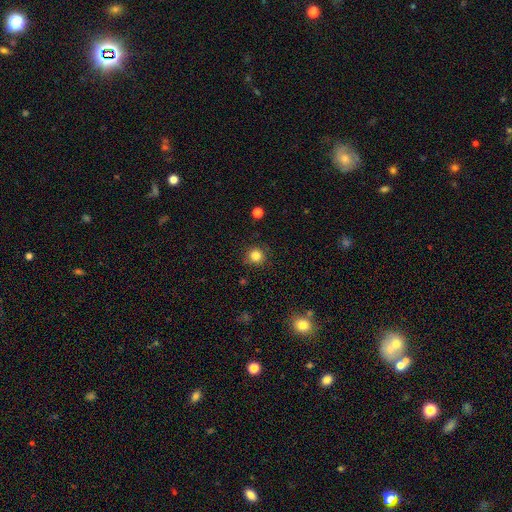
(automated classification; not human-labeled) Smooth or featured?
  - smooth: 83% *
  - star or artifact: 12%
  - featured or disk: 5%
How rounded?
  - round: 93% *
  - in between: 6%
  - cigar-shaped: 1%
Merging?
  - none: 87% *
  - minor disturbance: 9%
  - major disturbance: 2%
  - merger: 1%